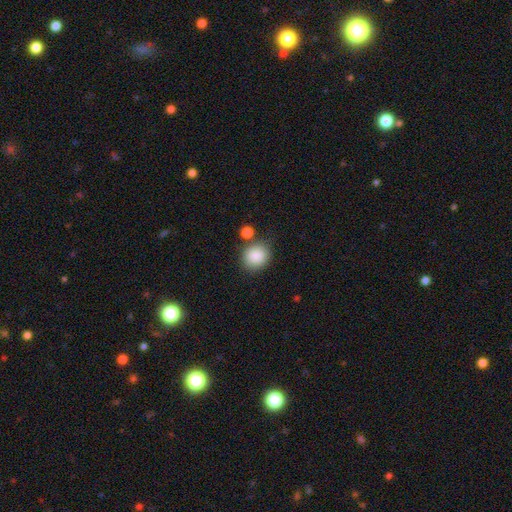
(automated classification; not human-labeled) smooth_or_featured: smooth (p=0.88) [alt: star or artifact p=0.08]
how_rounded: round (p=0.77) [alt: in between p=0.22]
merging: none (p=0.75) [alt: minor disturbance p=0.12]